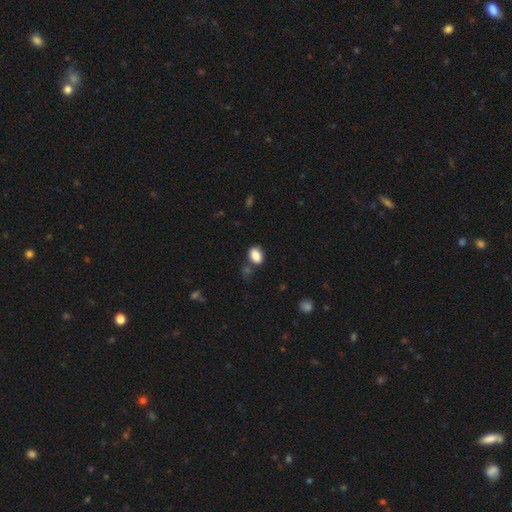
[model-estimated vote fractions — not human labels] Smooth or featured? Predicted: smooth (p=0.87). How rounded? Predicted: in between (p=0.83). Merging? Predicted: none (p=0.67).